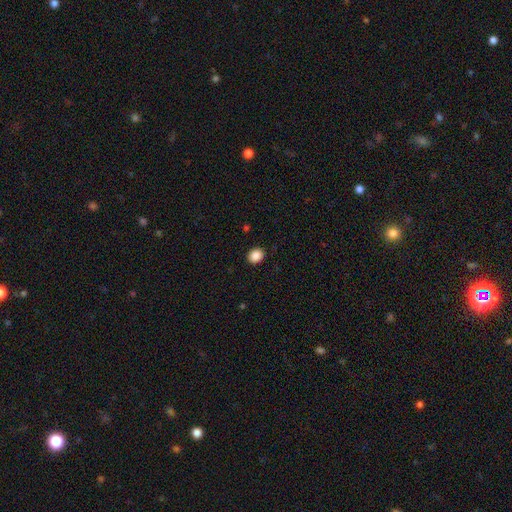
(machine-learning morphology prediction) Overall: smooth (88%). How rounded: round (61%; in between 38%). Merging: none (91%).